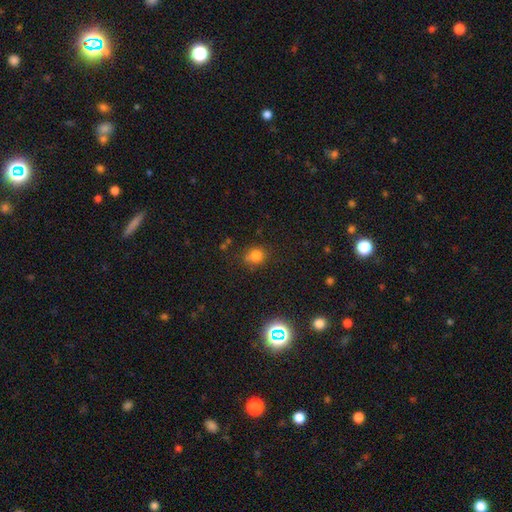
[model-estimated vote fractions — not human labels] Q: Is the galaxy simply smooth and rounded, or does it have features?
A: smooth — 77%.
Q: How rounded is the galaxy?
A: round — 74%.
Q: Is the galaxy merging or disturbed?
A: none — 72%.